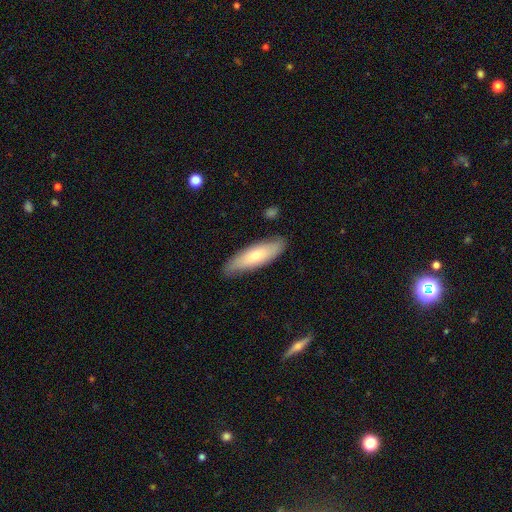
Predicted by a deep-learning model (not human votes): smooth-or-featured: smooth: 66% | featured or disk: 29% | star or artifact: 5%
  how-rounded: cigar-shaped: 54% | in between: 44% | round: 2%
  merging: none: 80% | minor disturbance: 15% | major disturbance: 3% | merger: 2%